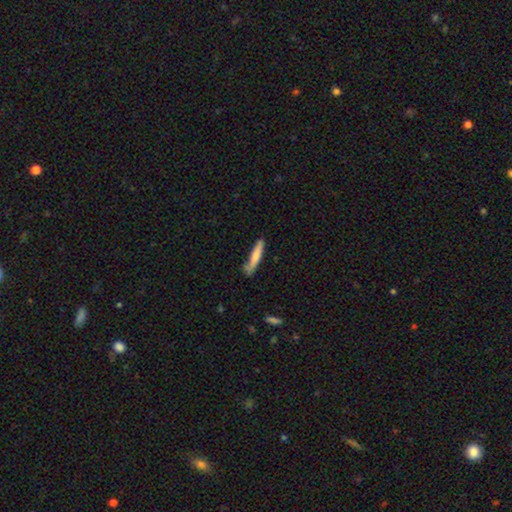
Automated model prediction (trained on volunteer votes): Overall: smooth (72%). How rounded: cigar-shaped (89%). Merging: none (68%).